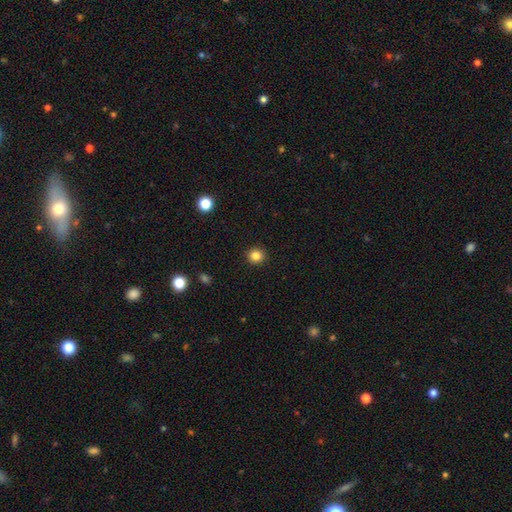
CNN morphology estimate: Smooth or featured? Predicted: smooth (p=0.84). How rounded? Predicted: round (p=0.92). Merging? Predicted: none (p=0.92).